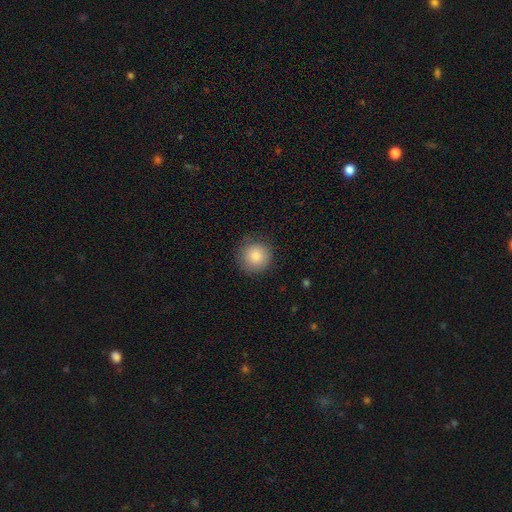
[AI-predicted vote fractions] This is clearly a smooth galaxy (85%). How rounded: clearly round (94%). Merging: clearly none (85%).